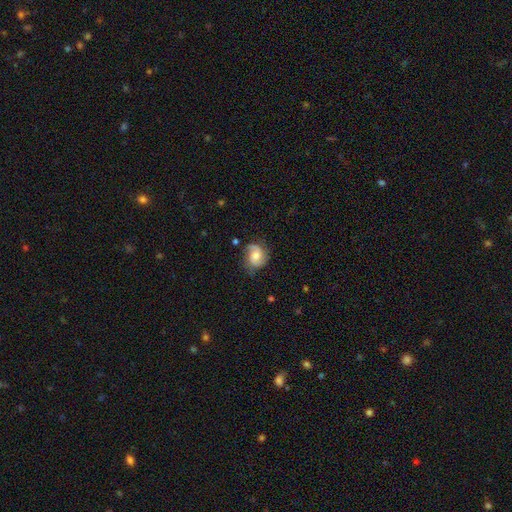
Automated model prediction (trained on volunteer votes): A featured or disk galaxy (65%) with no bar (62%), 2 (76%) medium (45%) spiral arms (93%) and a moderate central bulge (56%). Merging: none (66%).